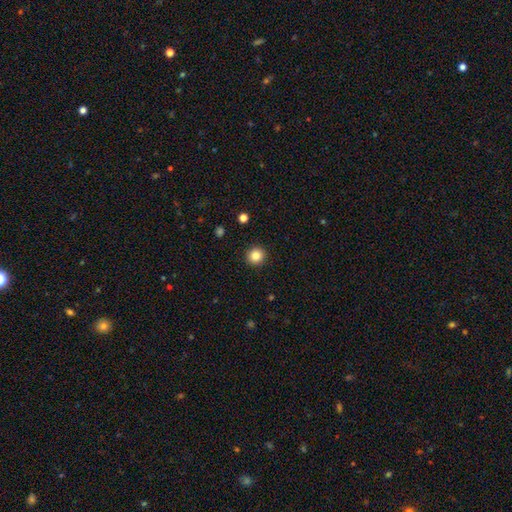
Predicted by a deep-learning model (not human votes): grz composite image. It shows a smooth galaxy with no disk features (84%) that is round (94%). Merging: none (93%).